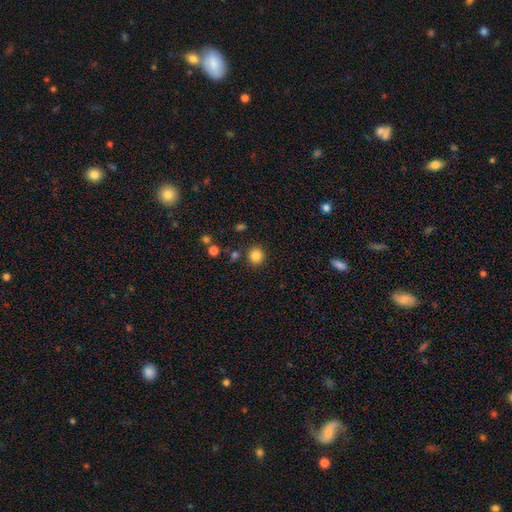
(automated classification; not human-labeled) Smooth or featured: smooth — 84% (star or artifact — 11%)
How rounded: round — 89% (in between — 10%)
Merging: none — 86% (minor disturbance — 7%)